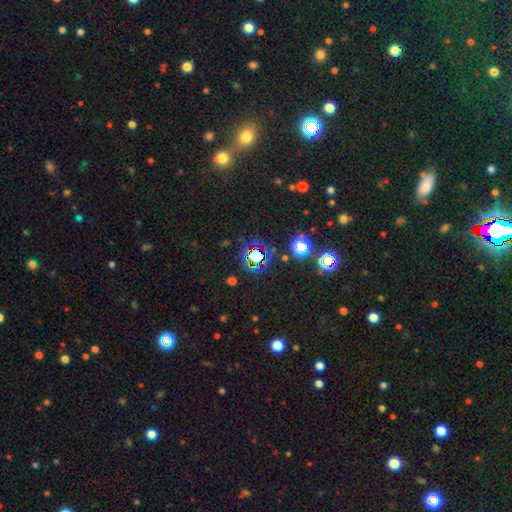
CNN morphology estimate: smooth-or-featured: star or artifact: 73% | smooth: 17% | featured or disk: 10%